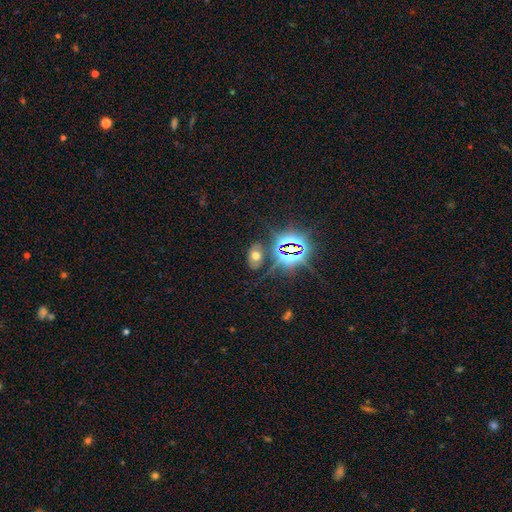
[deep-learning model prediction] Smooth or featured? smooth (48%)
Merging? none (76%)